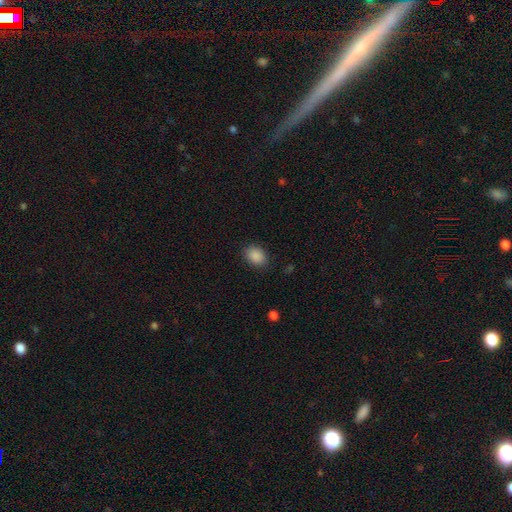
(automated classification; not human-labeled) smooth-or-featured: smooth: 89% | star or artifact: 8% | featured or disk: 3%
  how-rounded: in between: 69% | round: 30% | cigar-shaped: 1%
  merging: none: 86% | minor disturbance: 10% | major disturbance: 3% | merger: 1%